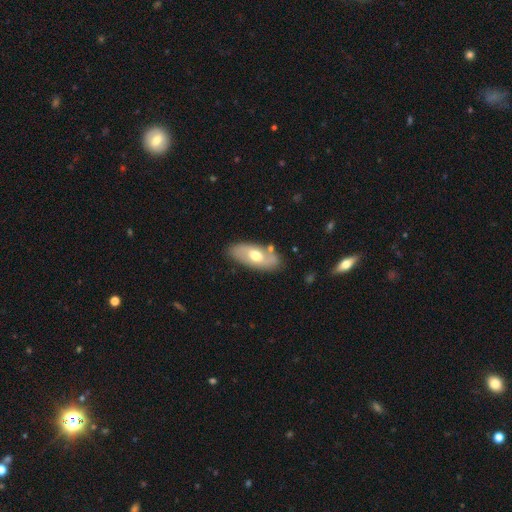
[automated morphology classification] The model was most divided on "smooth or featured": smooth: 50%, featured or disk: 44%, star or artifact: 5%. More confident: how rounded — in between (89%); merging — none (77%).